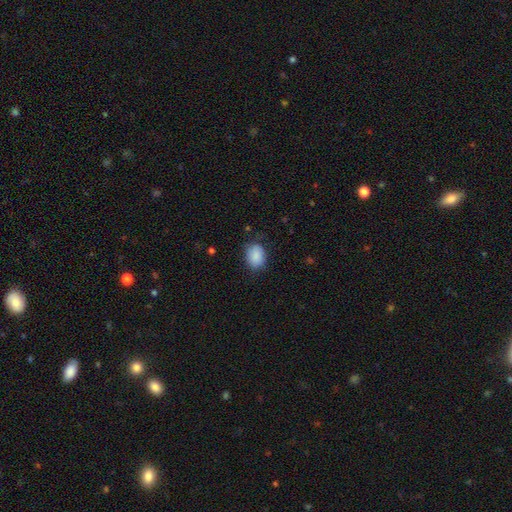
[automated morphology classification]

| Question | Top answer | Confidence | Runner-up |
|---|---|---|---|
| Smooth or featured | smooth | 88% | star or artifact (7%) |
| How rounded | in between | 72% | round (27%) |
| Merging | none | 75% | minor disturbance (19%) |